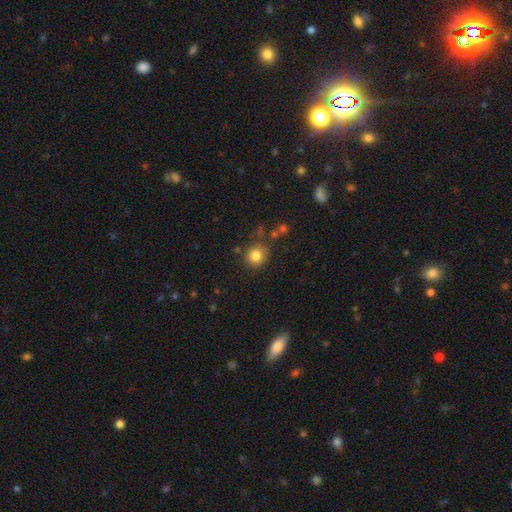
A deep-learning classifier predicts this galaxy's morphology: Smooth or featured? smooth (83%)
How rounded? round (86%)
Merging? none (77%)